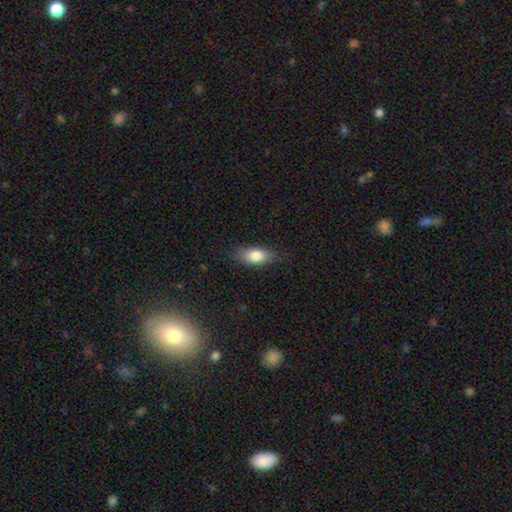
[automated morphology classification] smooth_or_featured: smooth (p=0.80) [alt: featured or disk p=0.13]
how_rounded: in between (p=0.85) [alt: cigar-shaped p=0.11]
merging: none (p=0.81) [alt: minor disturbance p=0.15]